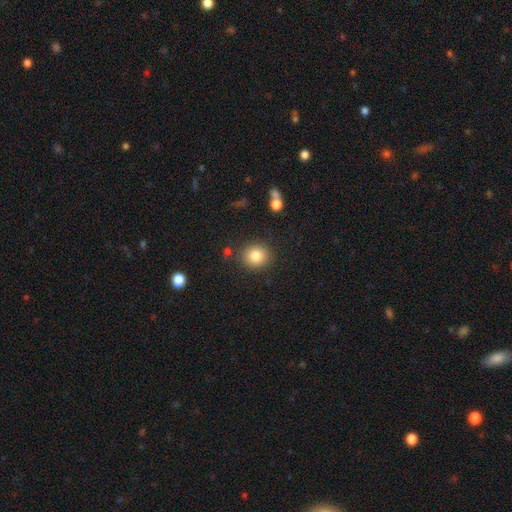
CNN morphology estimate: Smooth or featured: smooth — 84% (star or artifact — 10%)
How rounded: round — 82% (in between — 17%)
Merging: none — 86% (minor disturbance — 8%)